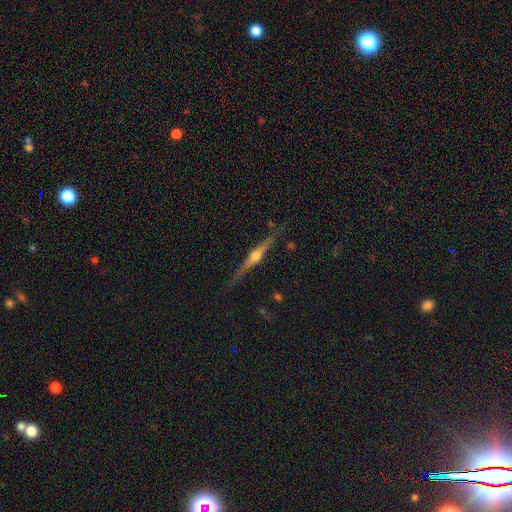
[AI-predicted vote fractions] Overall: featured or disk (78%). Edge-on disk: yes (98%). Edge-on bulge: rounded (92%). Merging: none (82%).